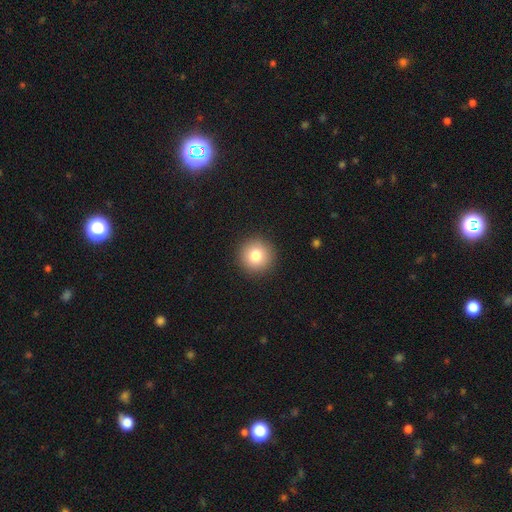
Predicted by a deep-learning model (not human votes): A smooth galaxy with no disk features (80%) that is round (95%). Merging: none (92%).